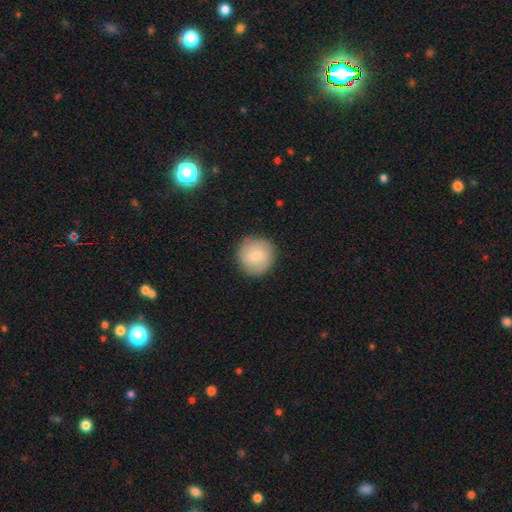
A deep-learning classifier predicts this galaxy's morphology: The model was most divided on "smooth or featured": smooth: 80%, featured or disk: 14%, star or artifact: 7%. More confident: how rounded — round (93%); merging — none (88%).